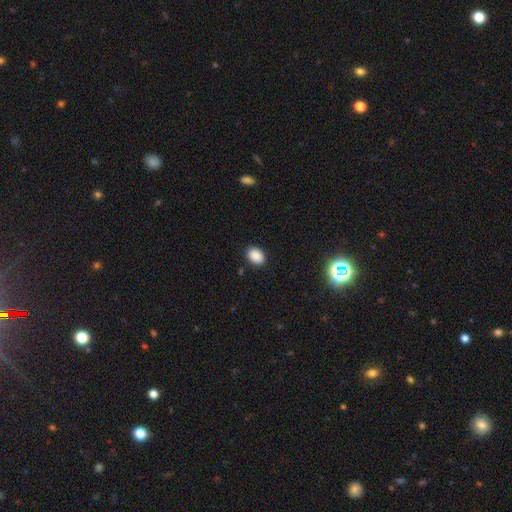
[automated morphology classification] Smooth or featured? smooth (88%)
How rounded? in between (76%)
Merging? none (87%)